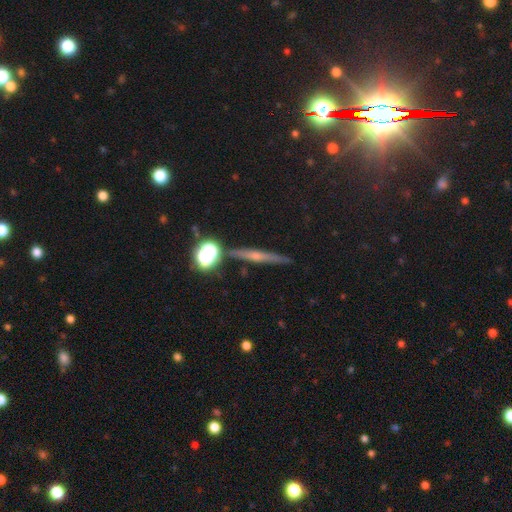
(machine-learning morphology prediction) The model was most divided on "smooth or featured": featured or disk: 51%, smooth: 29%, star or artifact: 20%. More confident: edge-on disk — yes (94%); merging — none (85%).